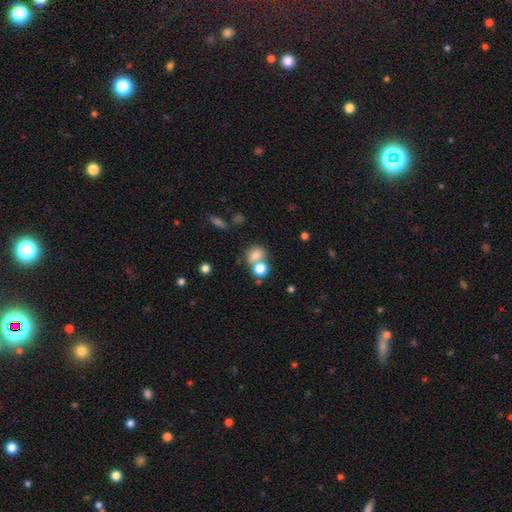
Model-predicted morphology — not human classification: smooth 76%, star or artifact 13%, featured or disk 11%. Down the decision tree: how rounded — round (63%); merging — none (43%).